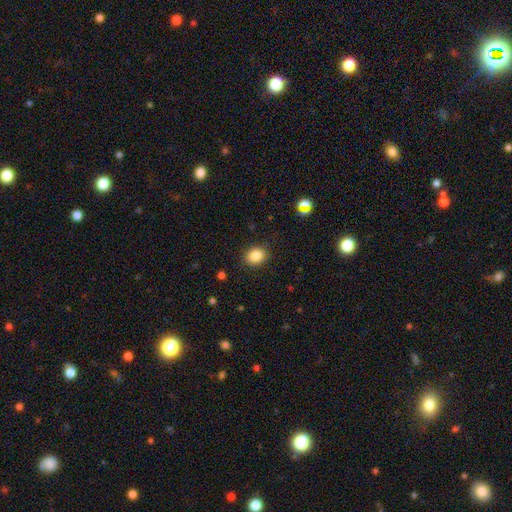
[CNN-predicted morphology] Smooth or featured? smooth (86%)
How rounded? round (55%)
Merging? none (88%)